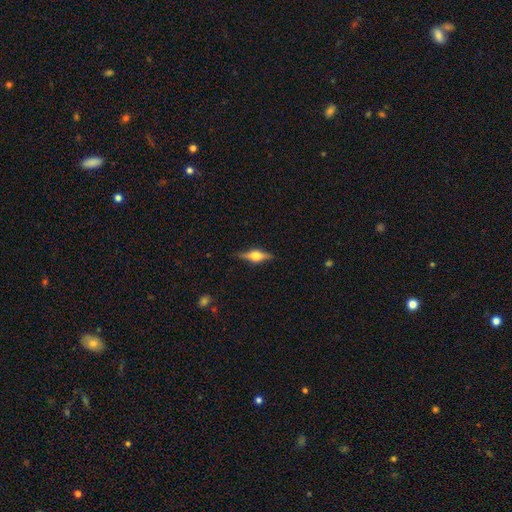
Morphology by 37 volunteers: Smooth or featured: featured or disk — 86% (smooth — 11%)
Edge-on disk: yes — 100%
Edge-on bulge: rounded — 94% (boxy — 6%)
Merging: none — 92% (minor disturbance — 6%)